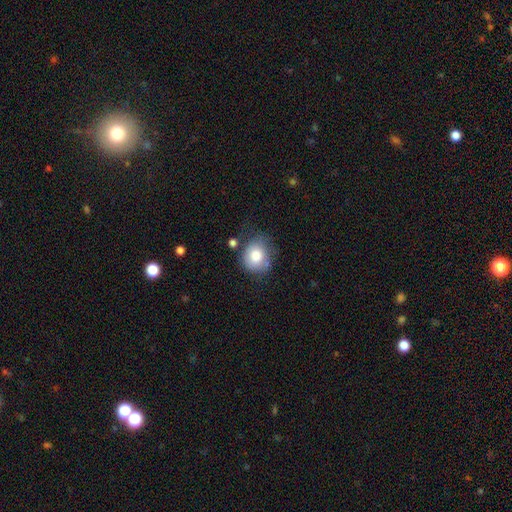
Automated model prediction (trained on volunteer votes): smooth 81%, featured or disk 12%, star or artifact 8%. Down the decision tree: how rounded — round (71%); merging — none (60%).